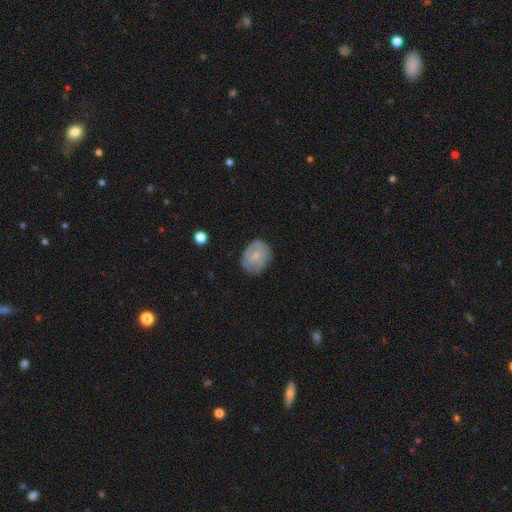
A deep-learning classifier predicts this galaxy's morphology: Smooth or featured? smooth (55%)
How rounded? round (55%)
Merging? none (71%)